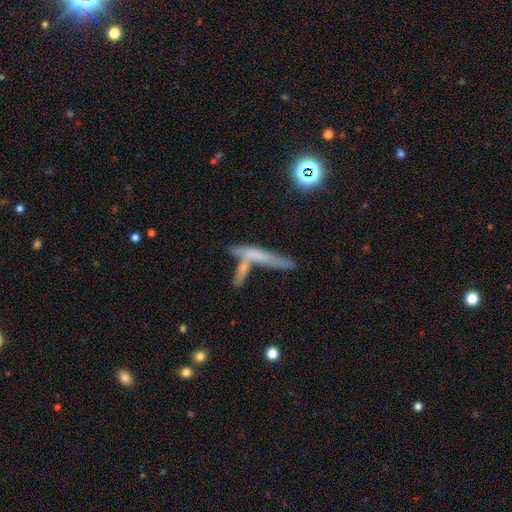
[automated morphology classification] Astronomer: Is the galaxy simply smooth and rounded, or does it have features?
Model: smooth — 50% (runner-up: featured or disk, 38%).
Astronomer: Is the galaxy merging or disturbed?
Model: none — 48% (runner-up: merger, 32%).